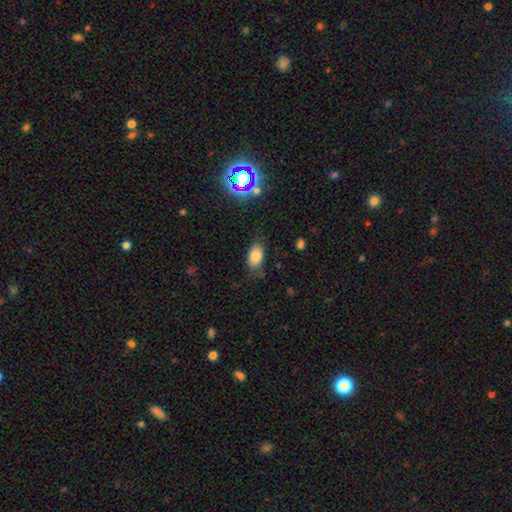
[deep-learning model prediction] A smooth galaxy with no disk features (81%) that is in between round and cigar-shaped (90%).

Vote fractions:
- Smooth or featured? smooth: 81% / star or artifact: 11% / featured or disk: 8%
- How rounded? in between: 90% / round: 8% / cigar-shaped: 2%
- Merging? none: 75% / minor disturbance: 18% / major disturbance: 5% / merger: 2%